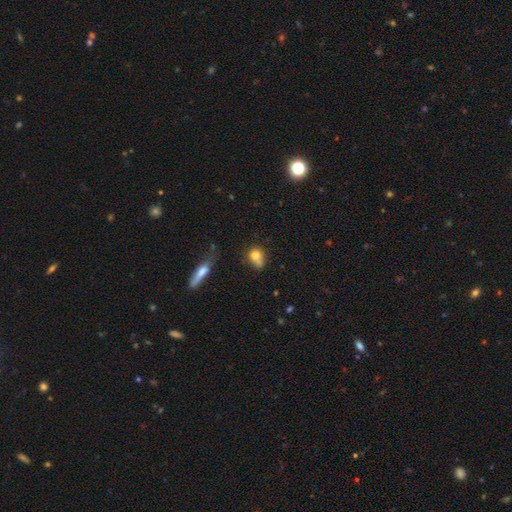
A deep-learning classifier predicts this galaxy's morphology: A smooth galaxy with no disk features (75%) that is in between round and cigar-shaped (50%).

Vote fractions:
- Smooth or featured? smooth: 75% / featured or disk: 15% / star or artifact: 10%
- How rounded? in between: 50% / round: 47% / cigar-shaped: 3%
- Merging? none: 42% / minor disturbance: 31% / major disturbance: 14% / merger: 13%